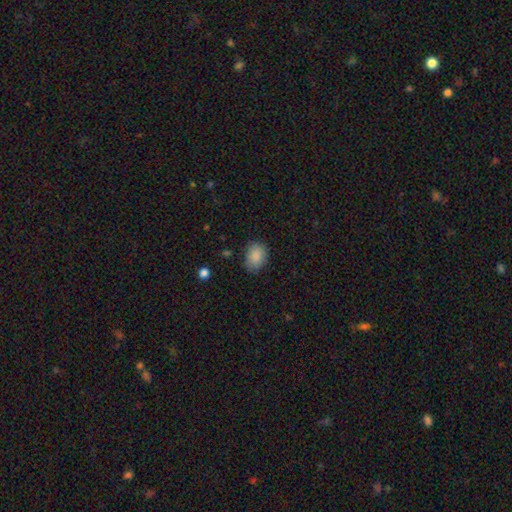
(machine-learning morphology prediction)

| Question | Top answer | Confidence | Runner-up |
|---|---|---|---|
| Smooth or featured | smooth | 87% | star or artifact (8%) |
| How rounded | in between | 72% | round (27%) |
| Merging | none | 76% | minor disturbance (18%) |